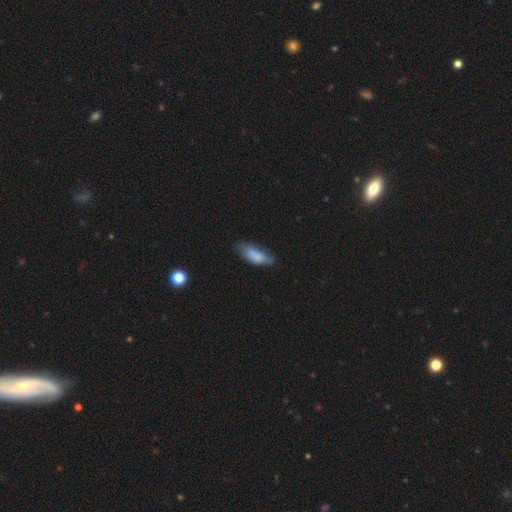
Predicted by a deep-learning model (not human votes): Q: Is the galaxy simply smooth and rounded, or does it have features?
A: smooth — 80%.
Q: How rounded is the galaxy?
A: in between — 69%.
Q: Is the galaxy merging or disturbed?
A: none — 52%.